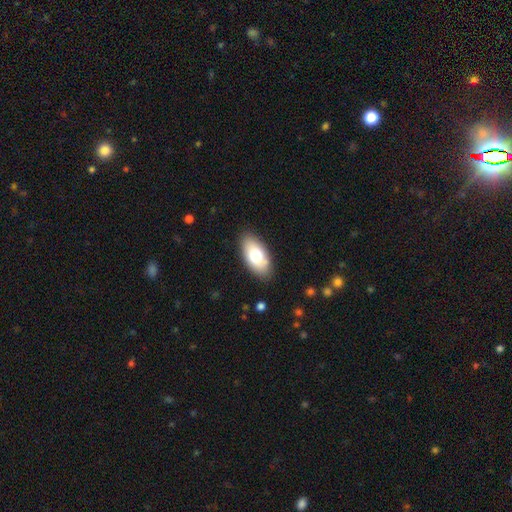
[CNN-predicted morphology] This is likely a smooth galaxy (74%). How rounded: clearly in between (93%). Merging: clearly none (85%).